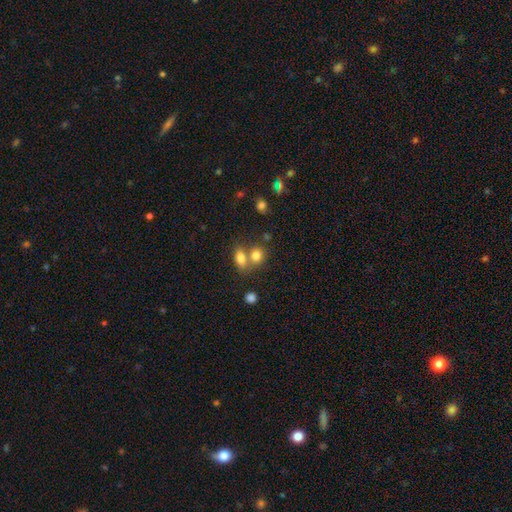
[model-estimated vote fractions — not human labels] The model was most divided on "how rounded": in between: 52%, round: 46%, cigar-shaped: 2%. Remaining: smooth or featured — smooth (79%); merging — merger (50%).